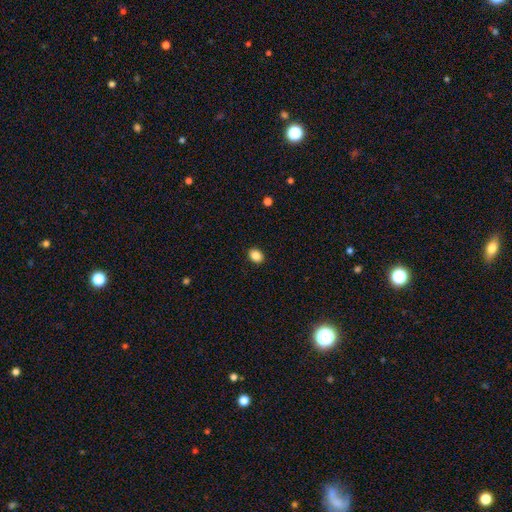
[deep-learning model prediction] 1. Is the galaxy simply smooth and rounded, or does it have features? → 87% smooth, 9% star or artifact, 4% featured or disk.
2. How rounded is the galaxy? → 59% in between, 40% round, 1% cigar-shaped.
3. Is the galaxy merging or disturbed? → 90% none, 7% minor disturbance, 2% major disturbance, 1% merger.